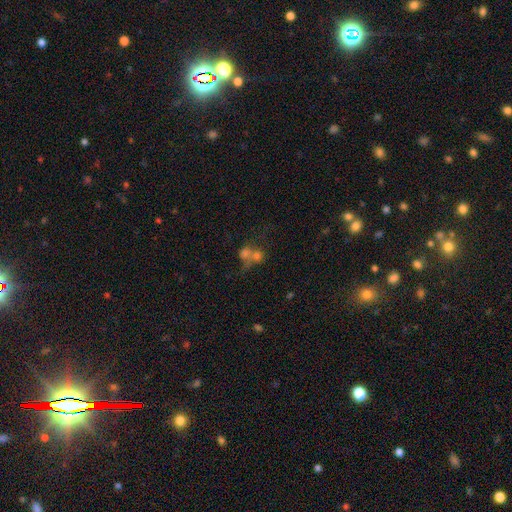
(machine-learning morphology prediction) smooth_or_featured: smooth (p=0.55) [alt: star or artifact p=0.23]
how_rounded: round (p=0.75) [alt: in between p=0.23]
merging: merger (p=0.57) [alt: none p=0.29]